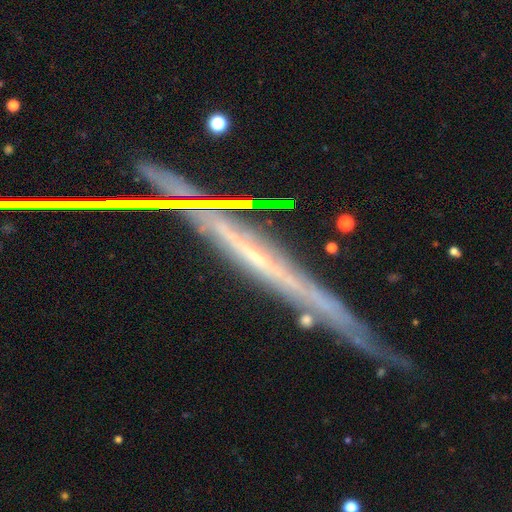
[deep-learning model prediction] A featured or disk galaxy (70%) viewed edge-on (91%) with no central bulge (73%). Merging: none (72%).